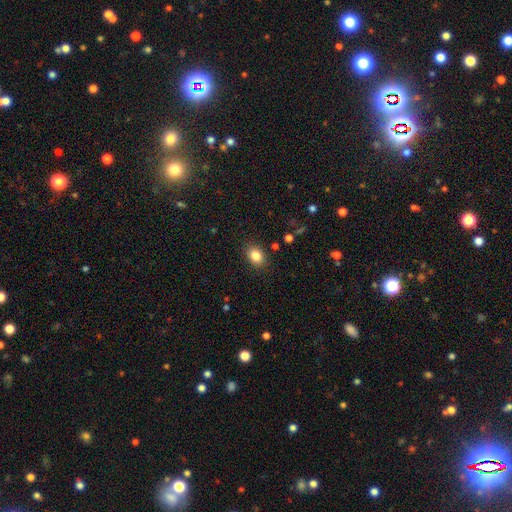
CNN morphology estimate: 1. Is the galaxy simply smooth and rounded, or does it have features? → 85% smooth, 10% star or artifact, 6% featured or disk.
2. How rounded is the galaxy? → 69% in between, 30% round, 1% cigar-shaped.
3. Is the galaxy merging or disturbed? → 86% none, 10% minor disturbance, 3% major disturbance, 1% merger.